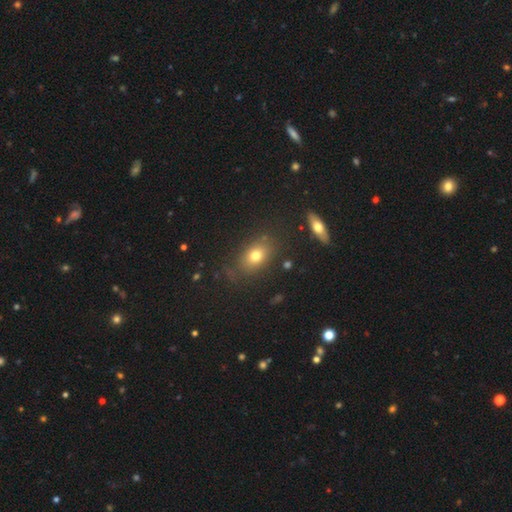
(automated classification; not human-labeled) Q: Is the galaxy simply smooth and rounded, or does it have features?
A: smooth — 73%.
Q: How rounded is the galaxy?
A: in between — 69%.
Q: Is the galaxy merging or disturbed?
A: none — 77%.